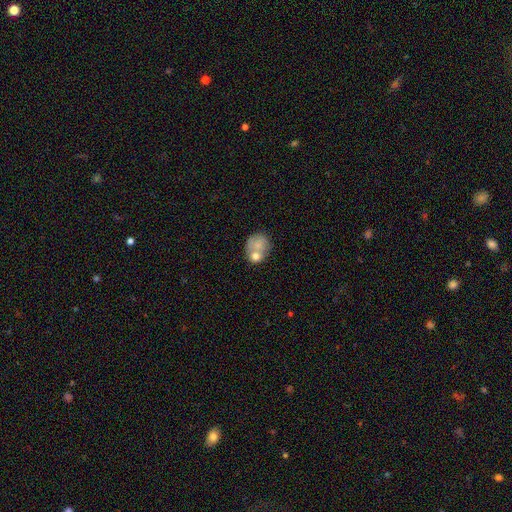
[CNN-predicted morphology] Overall: smooth (69%). How rounded: round (70%). Merging: merger (40%; none 38%).